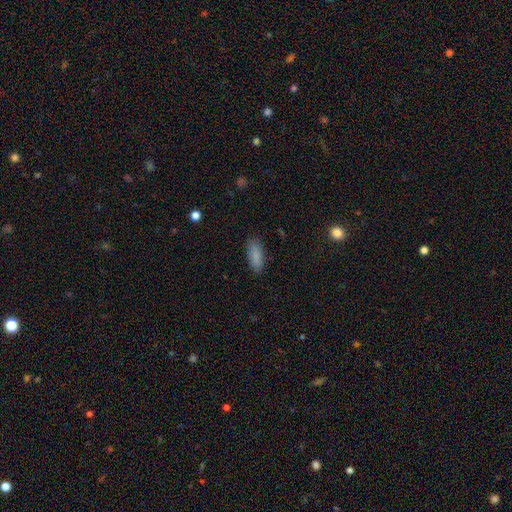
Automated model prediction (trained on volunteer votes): Q: Smooth or featured?
A: smooth (85%); runner-up: star or artifact (8%)
Q: How rounded?
A: in between (68%); runner-up: cigar-shaped (30%)
Q: Merging?
A: none (84%); runner-up: minor disturbance (12%)